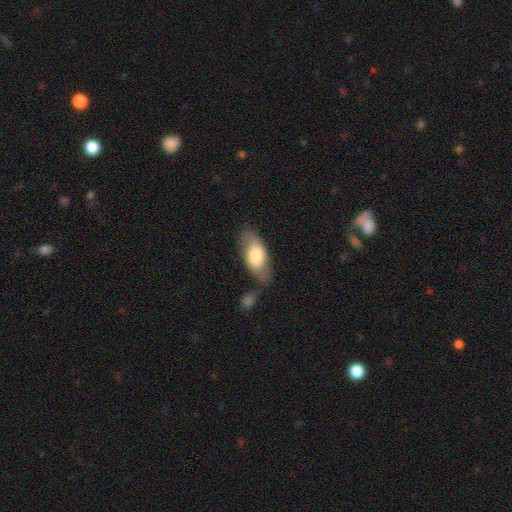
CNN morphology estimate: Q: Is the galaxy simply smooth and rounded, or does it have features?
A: smooth — 70%.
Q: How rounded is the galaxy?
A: in between — 88%.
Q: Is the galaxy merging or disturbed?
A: none — 64%.